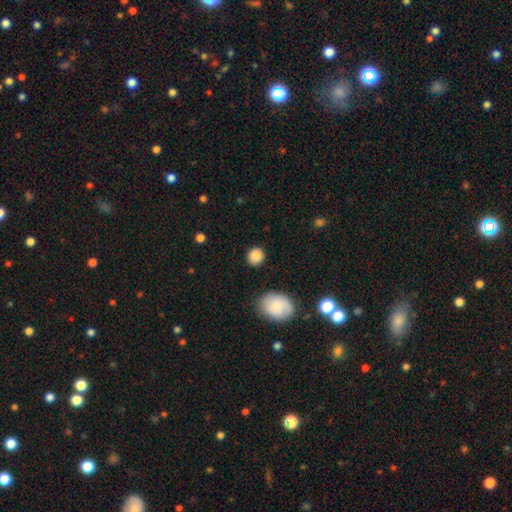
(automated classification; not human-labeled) A smooth galaxy with no disk features (87%) that is round (83%). Merging: none (86%).